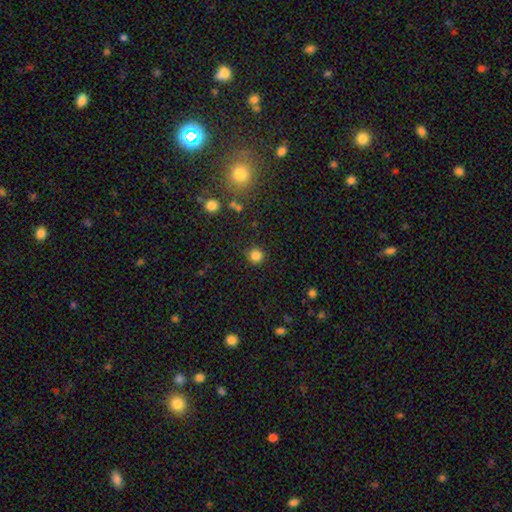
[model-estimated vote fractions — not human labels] smooth 82%, star or artifact 13%, featured or disk 4%. Down the decision tree: how rounded — round (94%); merging — none (88%).